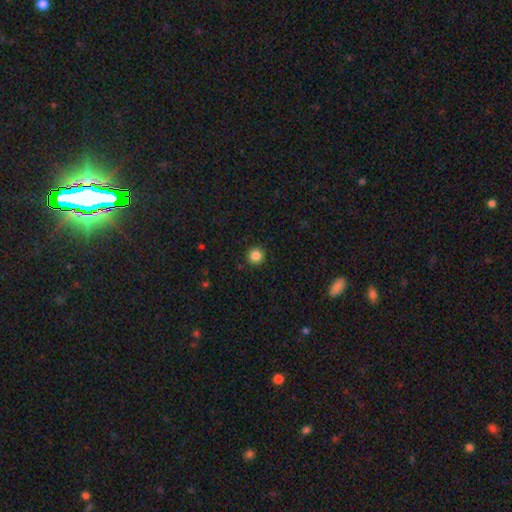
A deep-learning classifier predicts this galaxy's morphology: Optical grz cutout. It shows a smooth galaxy with no disk features (86%) that is round (96%). Merging: none (92%).